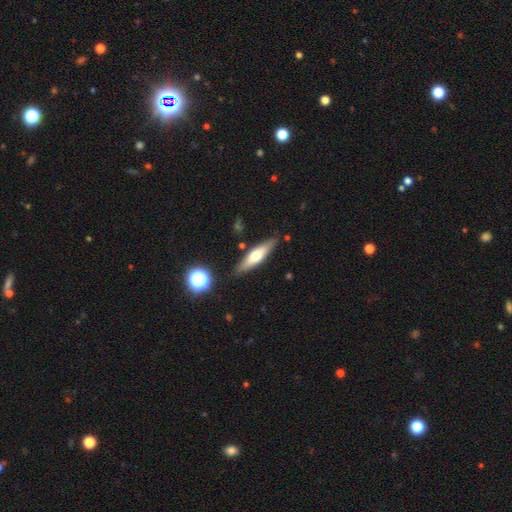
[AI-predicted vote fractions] Smooth or featured? Predicted: smooth (p=0.52). How rounded? Predicted: cigar-shaped (p=0.67). Merging? Predicted: none (p=0.83).